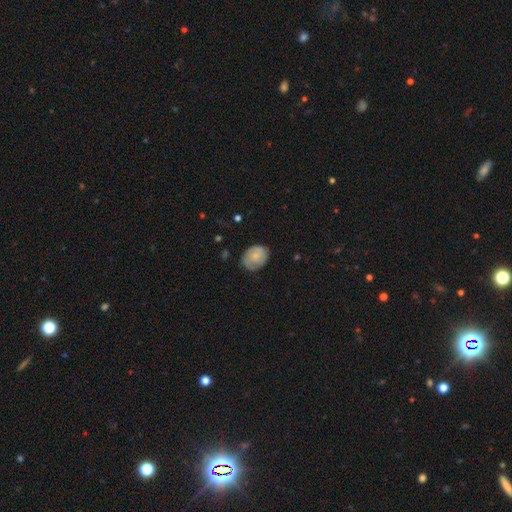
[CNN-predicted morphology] This appears to be a smooth galaxy with no disk features (58%) that is in between round and cigar-shaped (57%). Merging: none (70%).